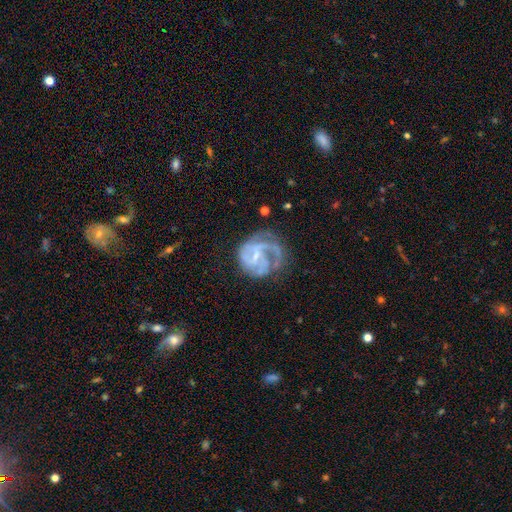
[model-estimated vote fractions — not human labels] Q: Smooth or featured?
A: featured or disk (81%); runner-up: smooth (12%)
Q: Edge-on disk?
A: no (98%); runner-up: yes (2%)
Q: Bar?
A: weak (49%); runner-up: no (39%)
Q: Spiral arms?
A: yes (90%); runner-up: no (10%)
Q: Spiral winding?
A: medium (45%); runner-up: tight (37%)
Q: Spiral arm count?
A: 3 (29%); runner-up: 2 (28%)
Q: Bulge size?
A: small (57%); runner-up: none (21%)
Q: Merging?
A: none (45%); runner-up: major disturbance (30%)